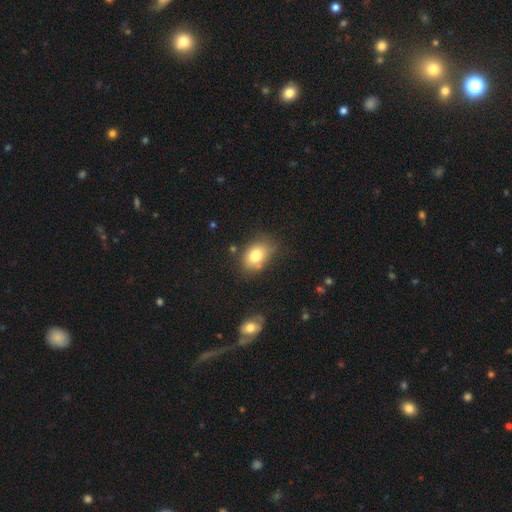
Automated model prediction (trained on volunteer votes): This is likely a smooth galaxy (77%). How rounded: likely in between (71%). Merging: likely none (64%).